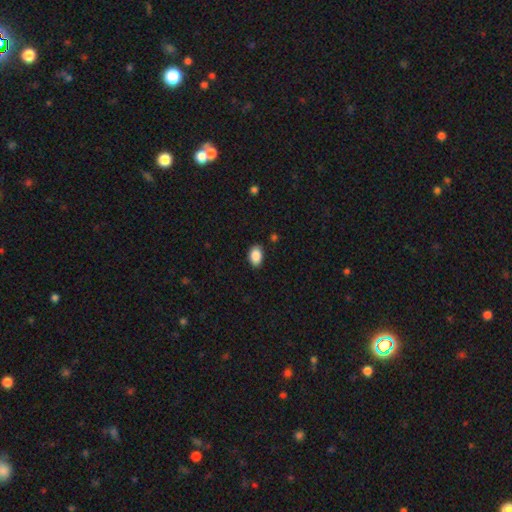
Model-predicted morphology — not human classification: The model was most divided on "merging": none: 86%, minor disturbance: 11%, major disturbance: 2%, merger: 1%. More confident: smooth or featured — smooth (89%); how rounded — in between (88%).